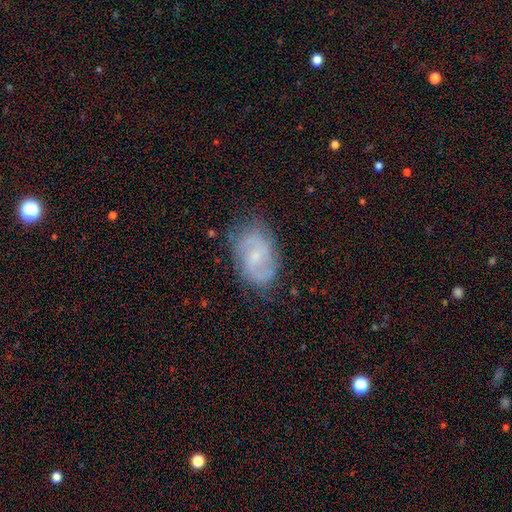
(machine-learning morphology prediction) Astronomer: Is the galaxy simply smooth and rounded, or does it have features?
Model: featured or disk — 71%.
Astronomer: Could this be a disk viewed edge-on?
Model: no — 97%.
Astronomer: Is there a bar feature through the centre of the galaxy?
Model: weak — 49% (runner-up: no, 43%).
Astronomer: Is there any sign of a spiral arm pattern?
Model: yes — 92%.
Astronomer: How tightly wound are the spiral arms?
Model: medium — 47% (runner-up: tight, 32%).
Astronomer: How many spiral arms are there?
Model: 2 — 73%.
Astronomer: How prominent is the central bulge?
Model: small — 64%.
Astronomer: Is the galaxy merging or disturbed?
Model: none — 74%.